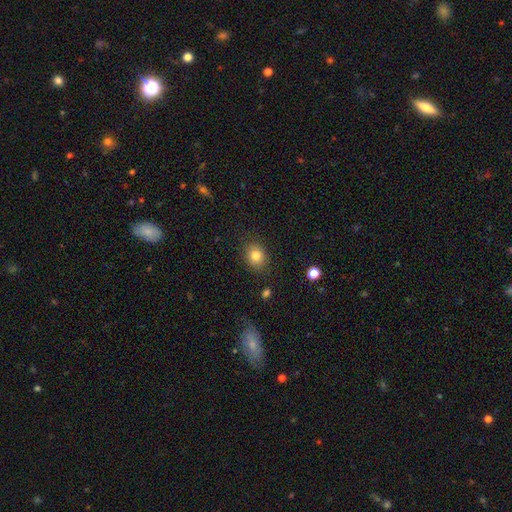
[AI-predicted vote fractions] smooth_or_featured: smooth (p=0.82) [alt: star or artifact p=0.10]
how_rounded: round (p=0.52) [alt: in between p=0.47]
merging: none (p=0.85) [alt: minor disturbance p=0.11]